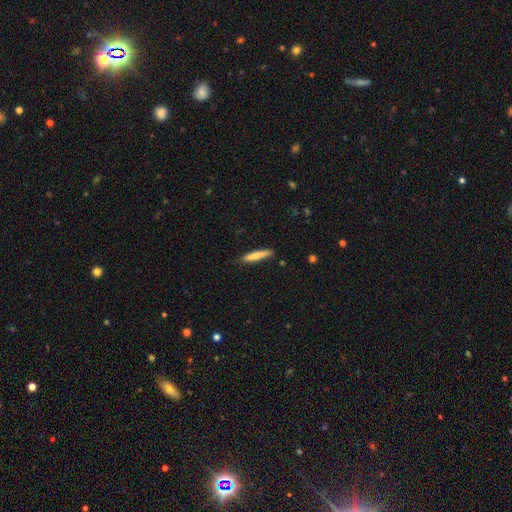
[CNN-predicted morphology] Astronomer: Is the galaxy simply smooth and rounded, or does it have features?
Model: smooth — 73%.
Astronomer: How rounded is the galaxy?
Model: cigar-shaped — 92%.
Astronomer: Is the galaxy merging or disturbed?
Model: none — 83%.